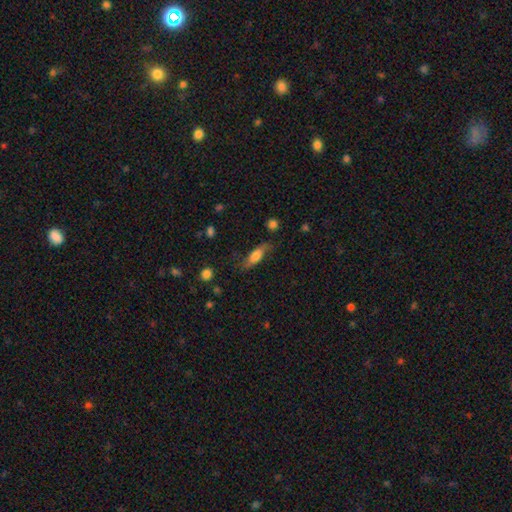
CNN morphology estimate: A smooth galaxy with no disk features (55%) that is in between round and cigar-shaped (59%).

Vote fractions:
- Smooth or featured? smooth: 55% / featured or disk: 38% / star or artifact: 7%
- How rounded? in between: 59% / cigar-shaped: 36% / round: 4%
- Merging? none: 67% / minor disturbance: 23% / major disturbance: 8% / merger: 2%